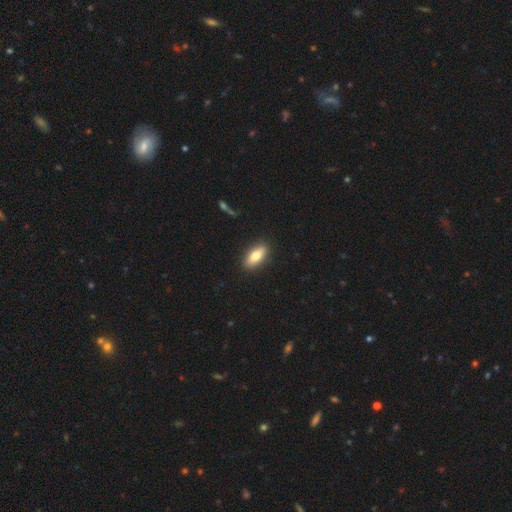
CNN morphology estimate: Smooth or featured? smooth (74%)
How rounded? in between (74%)
Merging? none (88%)